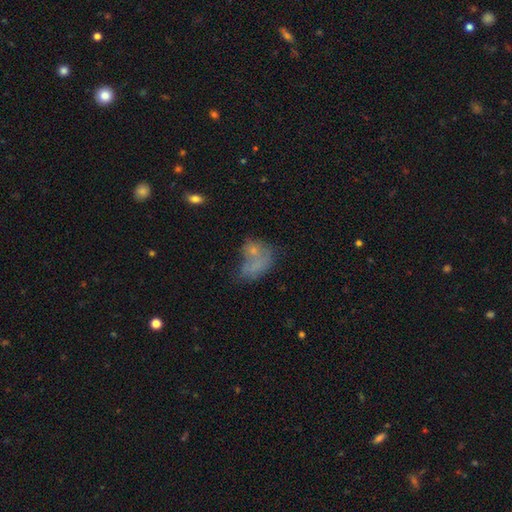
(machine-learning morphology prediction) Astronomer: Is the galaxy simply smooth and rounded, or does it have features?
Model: smooth — 57%.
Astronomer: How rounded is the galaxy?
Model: in between — 74%.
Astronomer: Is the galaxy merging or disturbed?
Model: merger — 32% (runner-up: none, 28%).